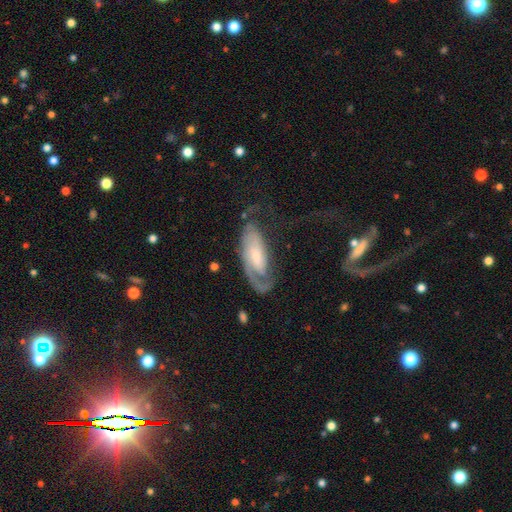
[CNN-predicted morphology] type=featured or disk (70%); edge-on=no (90%); bar=no (63%); spiral arms=yes (88%); winding=tight (44%); arm count=1 (55%); bulge=small (60%); merging=none (42%).